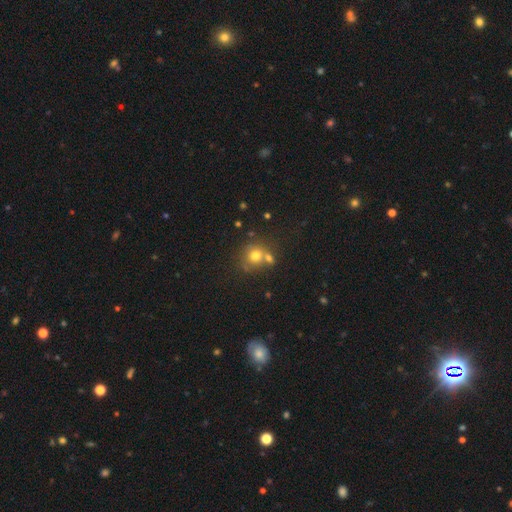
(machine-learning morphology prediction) Smooth or featured? Predicted: smooth (p=0.73). How rounded? Predicted: round (p=0.82). Merging? Predicted: none (p=0.48).